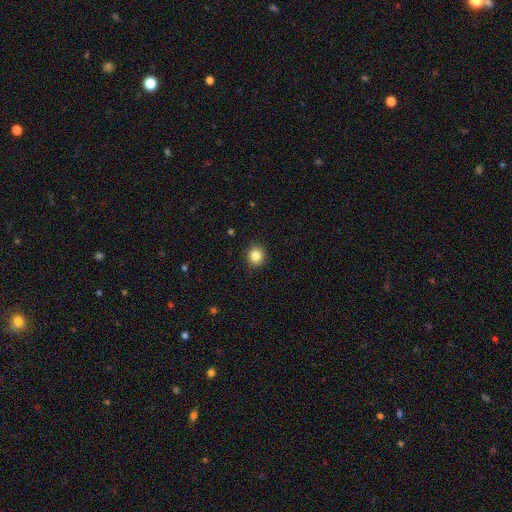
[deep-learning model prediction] A smooth galaxy with no disk features (84%) that is round (91%). Merging: none (91%).